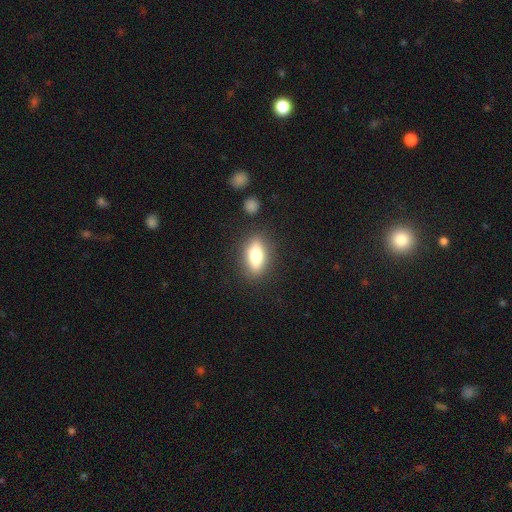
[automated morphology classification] A smooth galaxy with no disk features (69%) that is in between round and cigar-shaped (75%). Merging: none (85%).